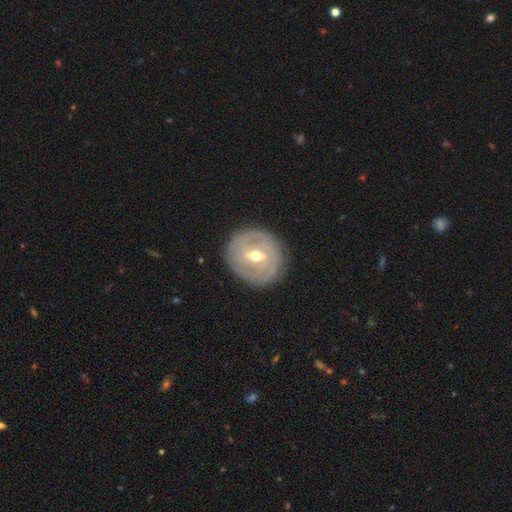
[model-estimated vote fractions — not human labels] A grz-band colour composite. It shows a featured or disk galaxy (80%) with a weak bar (54%), tight (74%) spiral arms (84%) and a moderate central bulge (67%). Merging: none (85%).